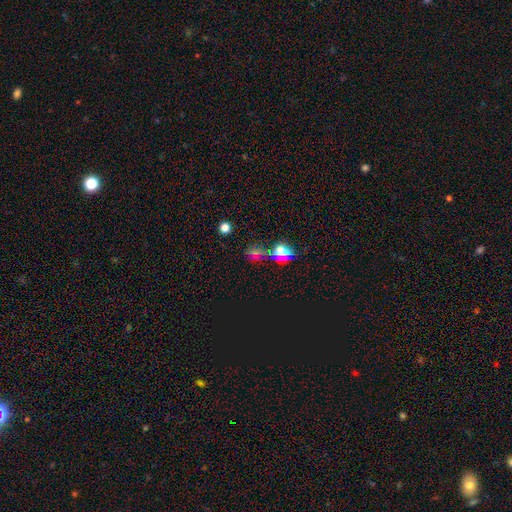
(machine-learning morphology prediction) Q: Smooth or featured?
A: star or artifact (61%); runner-up: smooth (29%)